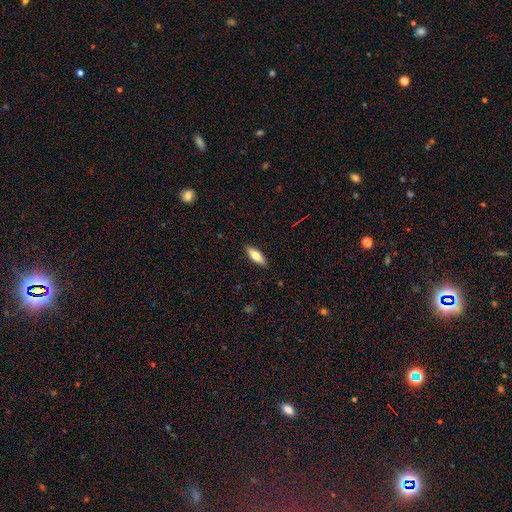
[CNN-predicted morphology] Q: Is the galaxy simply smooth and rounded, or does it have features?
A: smooth — 68%.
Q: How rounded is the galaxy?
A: in between — 58%.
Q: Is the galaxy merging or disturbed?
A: none — 88%.